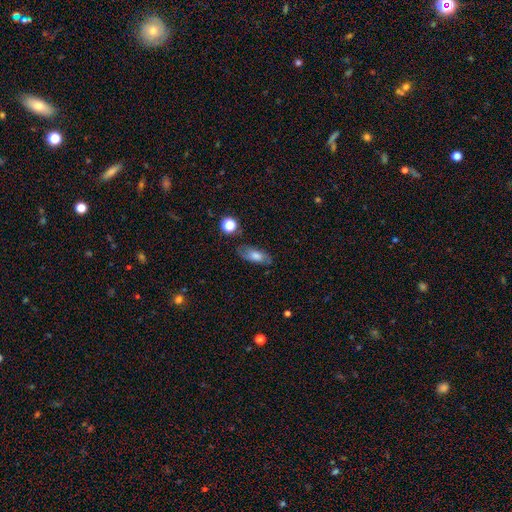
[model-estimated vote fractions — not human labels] A smooth galaxy with no disk features (67%) that is in between round and cigar-shaped (81%). Merging: none (74%).